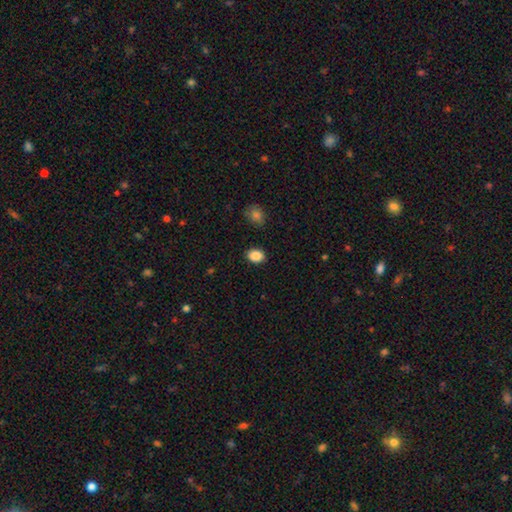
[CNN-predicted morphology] This is clearly a smooth galaxy (88%). How rounded: likely in between (65%). Merging: clearly none (88%).